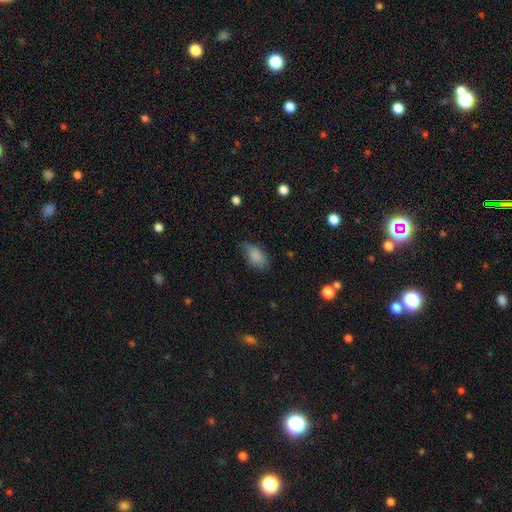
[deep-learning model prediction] This is clearly a smooth galaxy (82%). How rounded: clearly in between (91%). Merging: possibly none (52%).